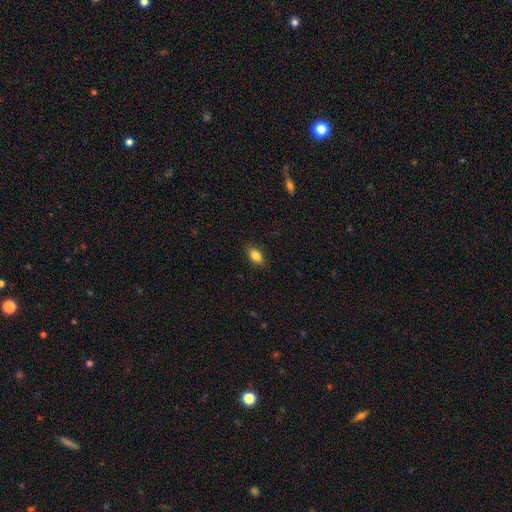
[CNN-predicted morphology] The model was most divided on "smooth or featured": smooth: 86%, star or artifact: 8%, featured or disk: 6%. More confident: how rounded — in between (88%); merging — none (87%).